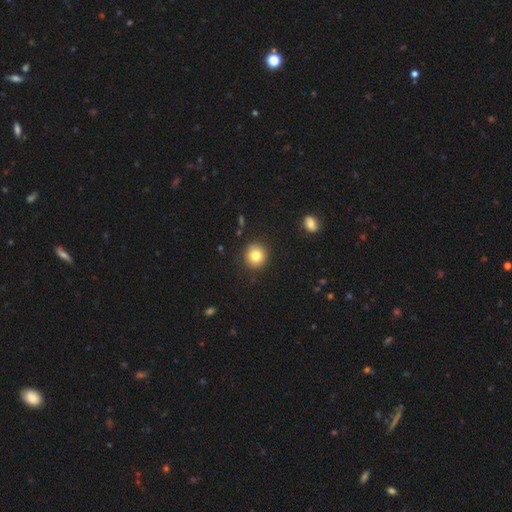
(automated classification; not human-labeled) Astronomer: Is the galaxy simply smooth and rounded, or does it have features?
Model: smooth — 80%.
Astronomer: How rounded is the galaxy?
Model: round — 90%.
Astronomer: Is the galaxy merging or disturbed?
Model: none — 89%.